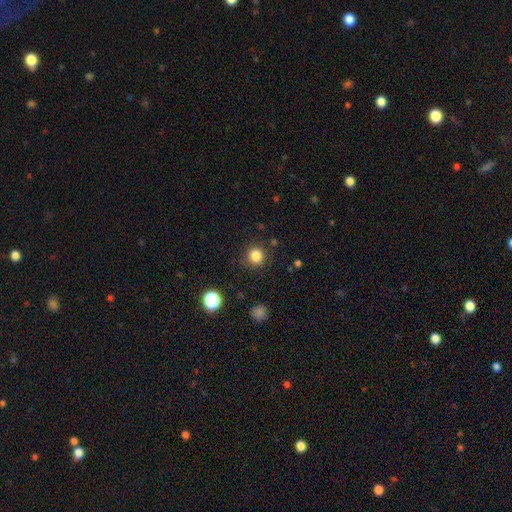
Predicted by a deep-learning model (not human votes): Smooth or featured: smooth — 84% (star or artifact — 12%)
How rounded: round — 92% (in between — 7%)
Merging: none — 87% (minor disturbance — 8%)